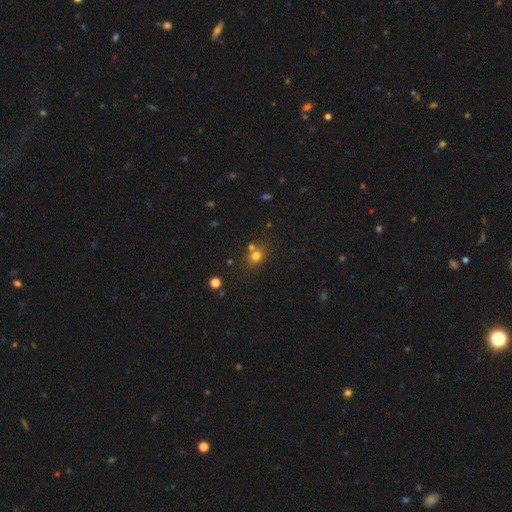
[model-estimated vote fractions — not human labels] smooth-or-featured: smooth: 74% | star or artifact: 17% | featured or disk: 9%
  how-rounded: round: 70% | in between: 28% | cigar-shaped: 1%
  merging: none: 61% | merger: 24% | minor disturbance: 11% | major disturbance: 4%